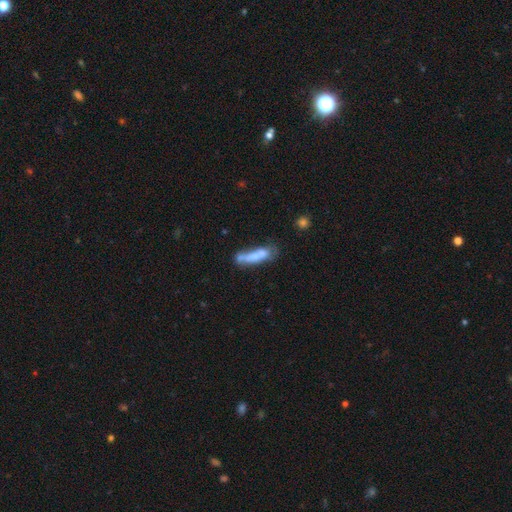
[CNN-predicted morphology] Smooth or featured: smooth — 61% (featured or disk — 30%)
How rounded: cigar-shaped — 73% (in between — 25%)
Merging: none — 35% (merger — 26%)